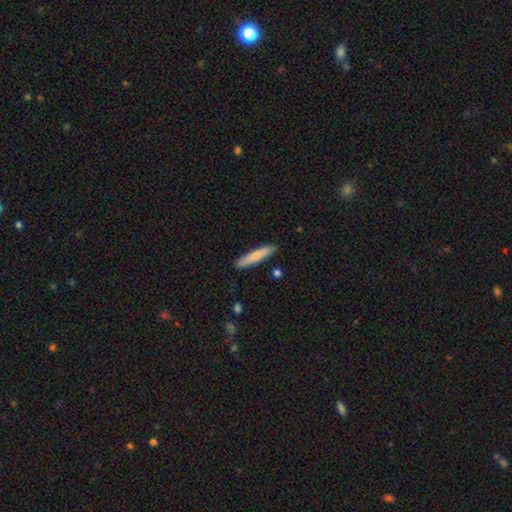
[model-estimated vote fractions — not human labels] Smooth or featured?
  - smooth: 72% *
  - featured or disk: 22%
  - star or artifact: 6%
How rounded?
  - cigar-shaped: 87% *
  - in between: 12%
  - round: 1%
Merging?
  - none: 89% *
  - minor disturbance: 8%
  - merger: 2%
  - major disturbance: 2%